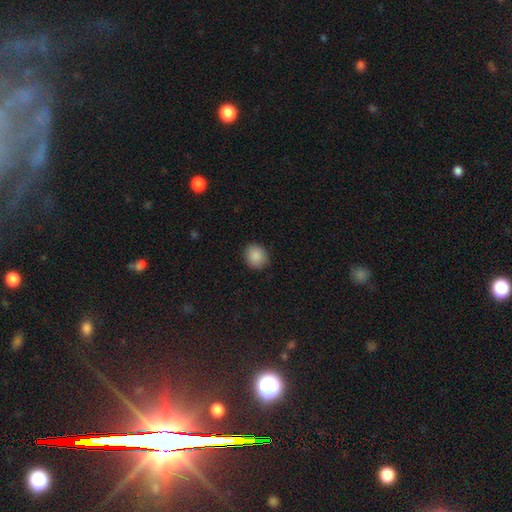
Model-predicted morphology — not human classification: The model was most divided on "how rounded": round: 73%, in between: 26%, cigar-shaped: 1%. More confident: smooth or featured — smooth (88%); merging — none (87%).